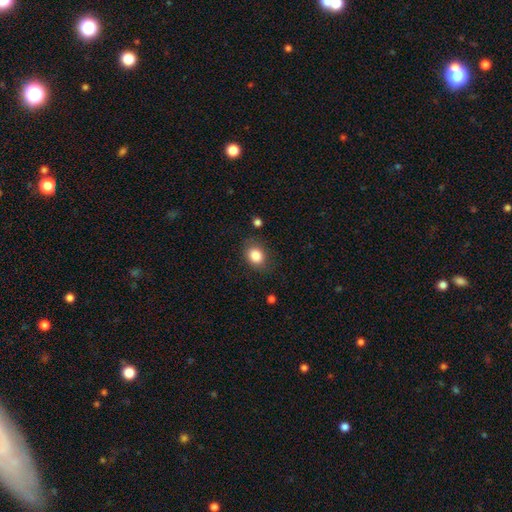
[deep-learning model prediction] smooth_or_featured: smooth (p=0.84) [alt: star or artifact p=0.09]
how_rounded: round (p=0.53) [alt: in between p=0.46]
merging: none (p=0.78) [alt: minor disturbance p=0.15]